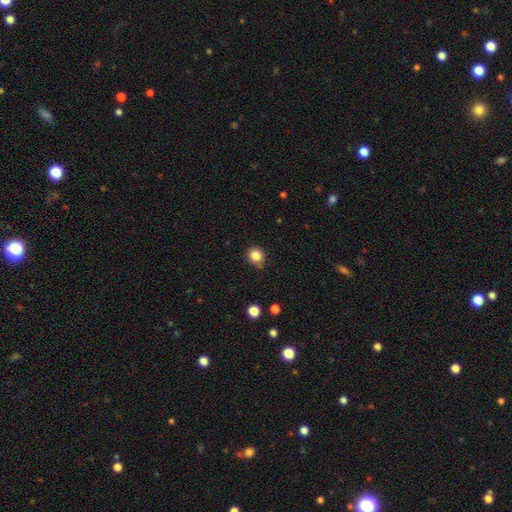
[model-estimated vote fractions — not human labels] Smooth or featured?
  - smooth: 84% *
  - star or artifact: 11%
  - featured or disk: 5%
How rounded?
  - round: 78% *
  - in between: 21%
  - cigar-shaped: 1%
Merging?
  - none: 79% *
  - minor disturbance: 16%
  - major disturbance: 3%
  - merger: 1%